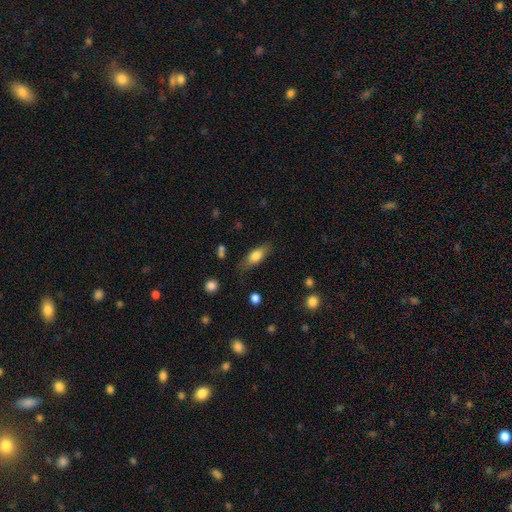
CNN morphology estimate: smooth-or-featured: smooth: 74% | featured or disk: 19% | star or artifact: 7%
  how-rounded: in between: 72% | cigar-shaped: 25% | round: 4%
  merging: none: 74% | minor disturbance: 18% | major disturbance: 5% | merger: 2%